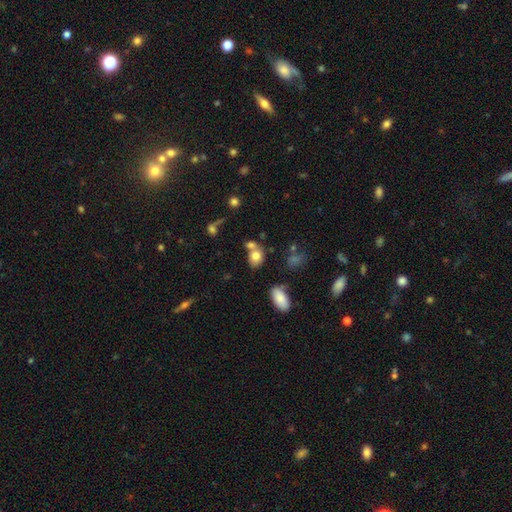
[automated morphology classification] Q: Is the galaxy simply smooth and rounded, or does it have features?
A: smooth — 78%.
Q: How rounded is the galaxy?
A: in between — 56%.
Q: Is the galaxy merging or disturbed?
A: none — 48%.